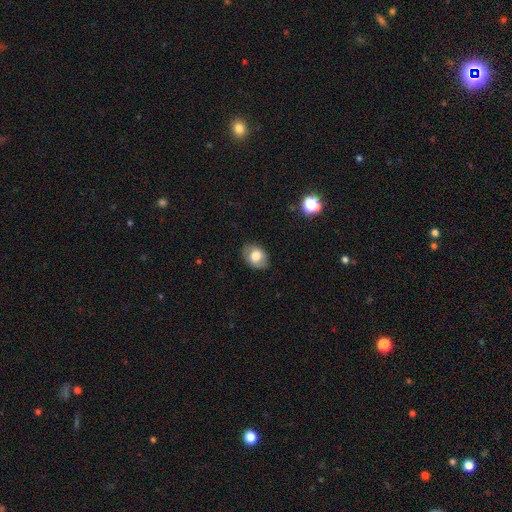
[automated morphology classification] Overall: smooth (70%). How rounded: in between (72%). Merging: none (81%).